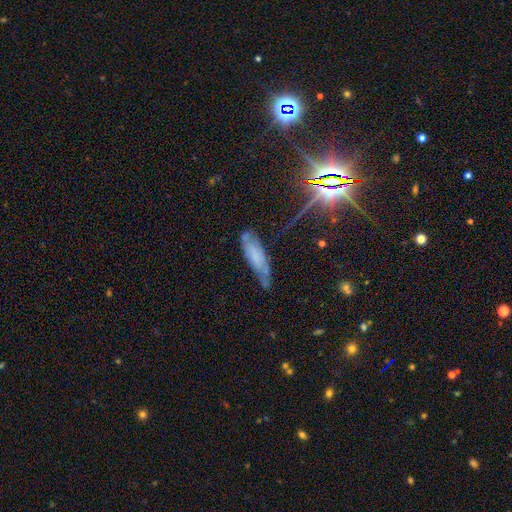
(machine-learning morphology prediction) Smooth or featured? smooth (45%)
Merging? none (49%)